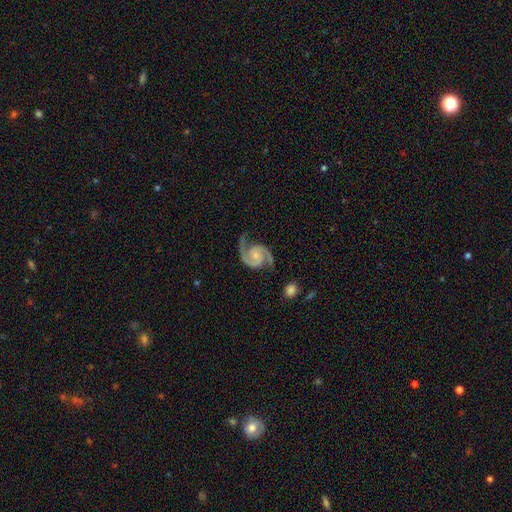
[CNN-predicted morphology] A featured or disk galaxy (94%) with no bar (66%), 2 (94%) medium (60%) spiral arms (99%) and a small central bulge (53%).

Vote fractions:
- Smooth or featured? featured or disk: 94% / star or artifact: 4% / smooth: 3%
- Edge-on disk? no: 98% / yes: 2%
- Bar? no: 66% / weak: 27% / strong: 7%
- Spiral arms? yes: 99% / no: 1%
- Spiral winding? medium: 60% / tight: 26% / loose: 13%
- Spiral arm count? 2: 94% / 1: 1% / 3: 1% / can't tell: 1% / 4: 1% / more than 4: 1%
- Bulge size? small: 53% / moderate: 30% / none: 13% / large: 3% / dominant: 1%
- Merging? none: 77% / minor disturbance: 15% / major disturbance: 6% / merger: 2%